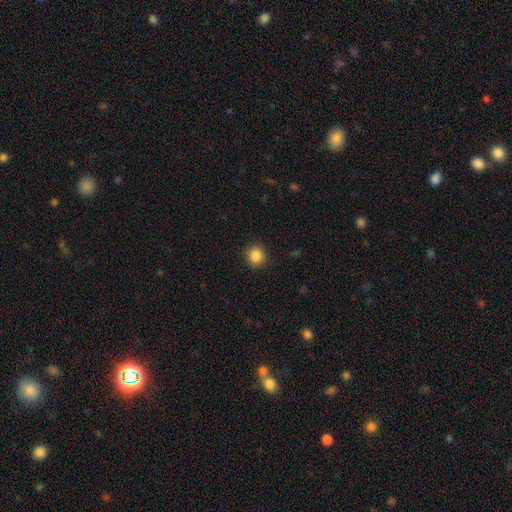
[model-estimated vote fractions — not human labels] Q: Smooth or featured?
A: smooth (86%); runner-up: star or artifact (10%)
Q: How rounded?
A: round (85%); runner-up: in between (14%)
Q: Merging?
A: none (90%); runner-up: minor disturbance (7%)